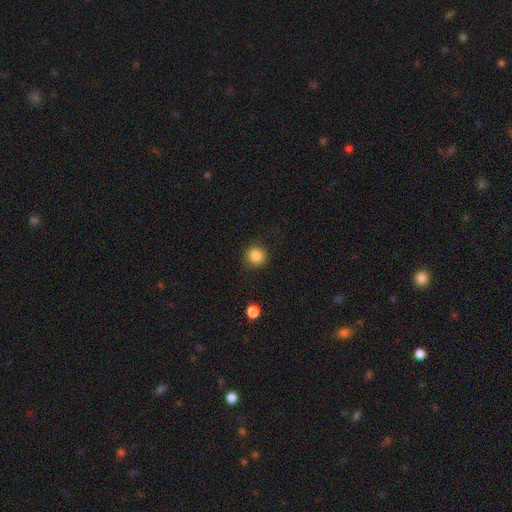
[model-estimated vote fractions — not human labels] Q: Smooth or featured?
A: smooth (85%); runner-up: star or artifact (10%)
Q: How rounded?
A: round (88%); runner-up: in between (11%)
Q: Merging?
A: none (86%); runner-up: minor disturbance (10%)